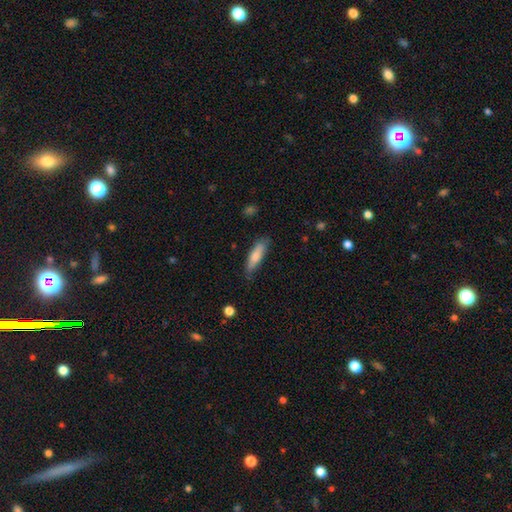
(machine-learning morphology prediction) Smooth or featured? Predicted: smooth (p=0.75). How rounded? Predicted: cigar-shaped (p=0.66). Merging? Predicted: none (p=0.77).